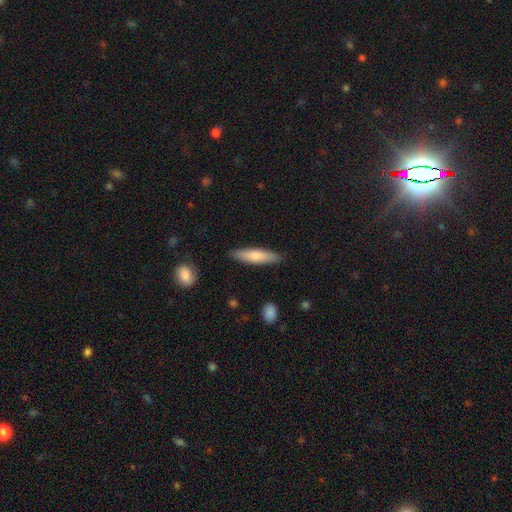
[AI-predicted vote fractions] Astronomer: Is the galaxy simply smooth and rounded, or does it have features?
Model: smooth — 72%.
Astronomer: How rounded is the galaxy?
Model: cigar-shaped — 78%.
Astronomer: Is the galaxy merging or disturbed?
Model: none — 87%.